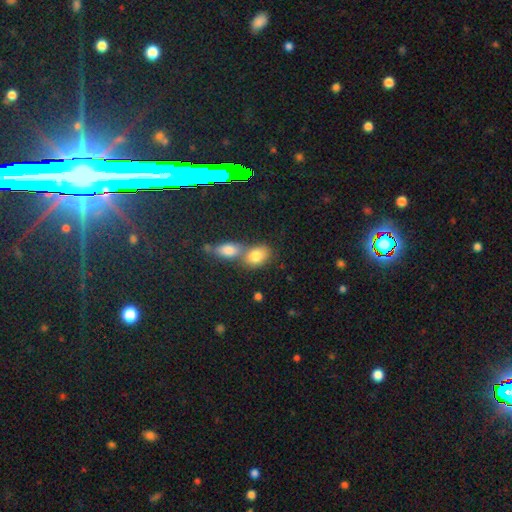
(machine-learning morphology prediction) Smooth or featured?
  - smooth: 79% *
  - star or artifact: 11%
  - featured or disk: 10%
How rounded?
  - in between: 79% *
  - round: 18%
  - cigar-shaped: 2%
Merging?
  - merger: 53% *
  - none: 35%
  - minor disturbance: 9%
  - major disturbance: 4%